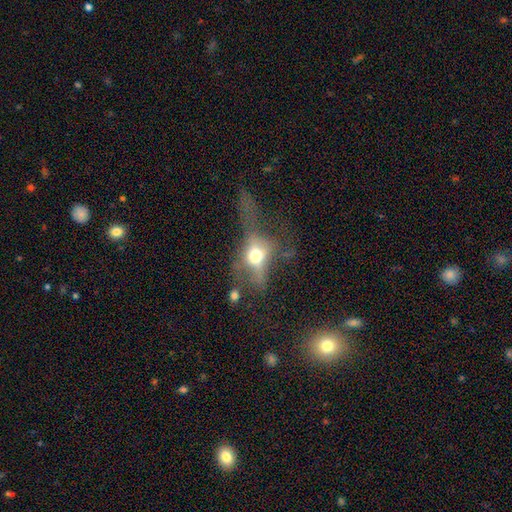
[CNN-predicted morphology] smooth-or-featured: smooth: 47% | featured or disk: 40% | star or artifact: 13%
  merging: major disturbance: 55% | none: 20% | minor disturbance: 15% | merger: 9%